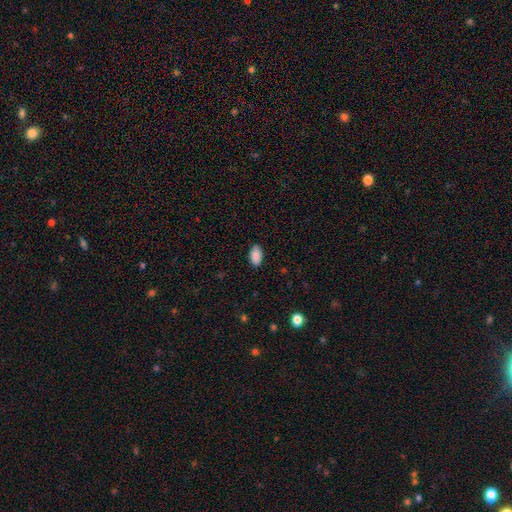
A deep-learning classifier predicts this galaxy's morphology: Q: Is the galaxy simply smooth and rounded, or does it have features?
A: smooth — 90%.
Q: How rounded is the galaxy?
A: in between — 94%.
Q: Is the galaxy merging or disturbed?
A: none — 86%.